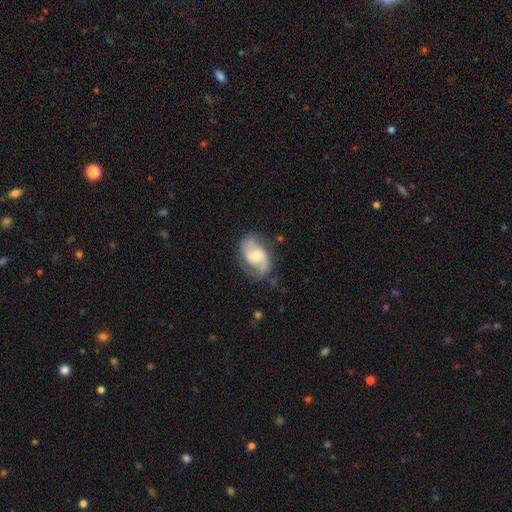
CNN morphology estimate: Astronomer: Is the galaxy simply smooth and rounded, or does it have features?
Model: featured or disk — 78%.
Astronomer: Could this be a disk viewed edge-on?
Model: no — 97%.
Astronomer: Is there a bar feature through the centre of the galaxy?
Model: no — 54% (runner-up: weak, 37%).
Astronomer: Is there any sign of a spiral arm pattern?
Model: yes — 92%.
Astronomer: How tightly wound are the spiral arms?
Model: medium — 47% (runner-up: loose, 35%).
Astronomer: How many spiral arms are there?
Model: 2 — 89%.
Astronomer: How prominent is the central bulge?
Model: moderate — 66%.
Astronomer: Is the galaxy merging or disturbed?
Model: none — 74%.